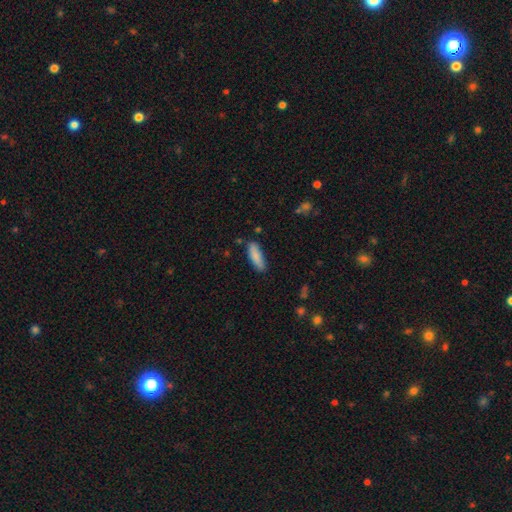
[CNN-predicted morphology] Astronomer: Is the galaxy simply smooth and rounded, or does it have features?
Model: smooth — 85%.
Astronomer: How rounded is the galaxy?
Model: cigar-shaped — 51% (runner-up: in between, 47%).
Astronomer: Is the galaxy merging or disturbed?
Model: none — 79%.